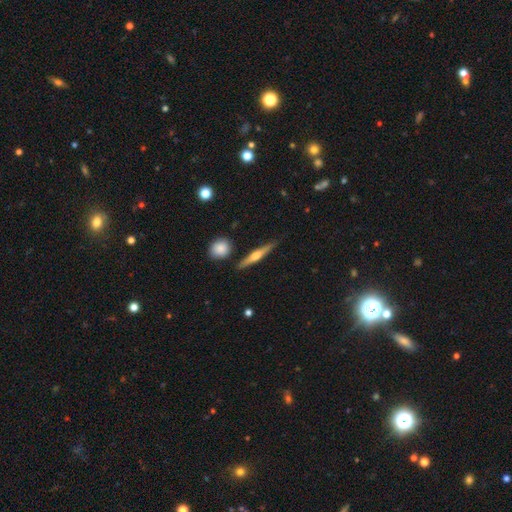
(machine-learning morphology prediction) type=featured or disk (60%); edge-on=yes (97%); edge-on bulge=rounded (84%); merging=none (86%).